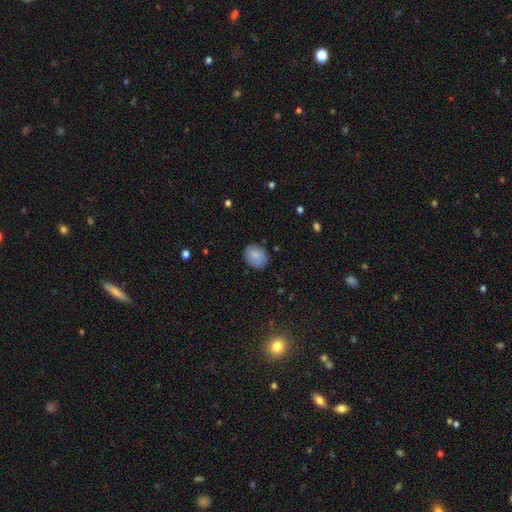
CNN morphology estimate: Smooth or featured: smooth — 84% (featured or disk — 8%)
How rounded: in between — 50% (round — 49%)
Merging: none — 82% (minor disturbance — 14%)